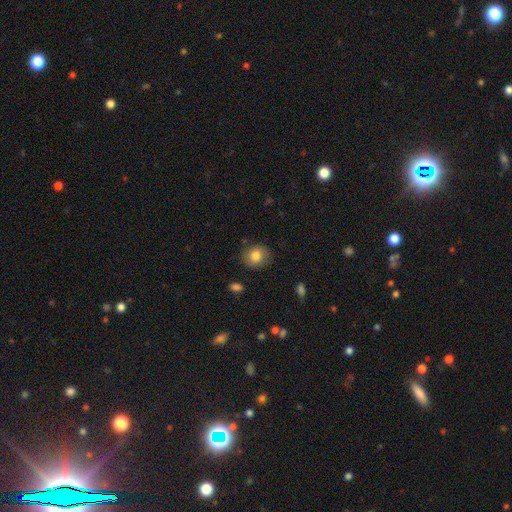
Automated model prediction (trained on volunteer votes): A smooth galaxy with no disk features (80%) that is round (74%).

Vote fractions:
- Smooth or featured? smooth: 80% / featured or disk: 11% / star or artifact: 9%
- How rounded? round: 74% / in between: 25% / cigar-shaped: 1%
- Merging? none: 81% / minor disturbance: 13% / major disturbance: 4% / merger: 2%